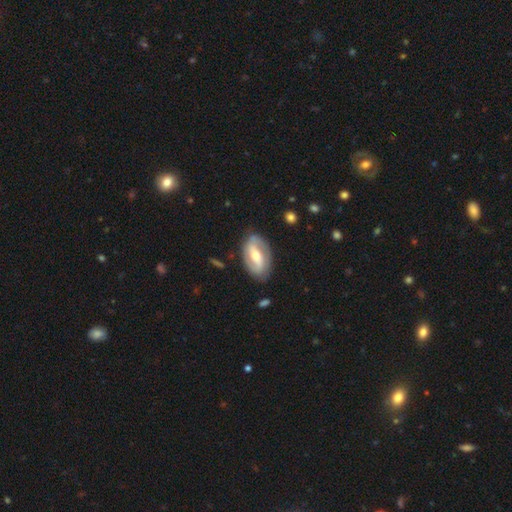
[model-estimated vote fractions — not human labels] featured or disk 74%, smooth 22%, star or artifact 5%. Down the decision tree: edge-on disk — no (94%); bar — strong (45%); spiral arms — yes (79%); spiral arm count — 2 (84%); spiral winding — medium (40%); bulge size — moderate (65%); merging — none (82%).